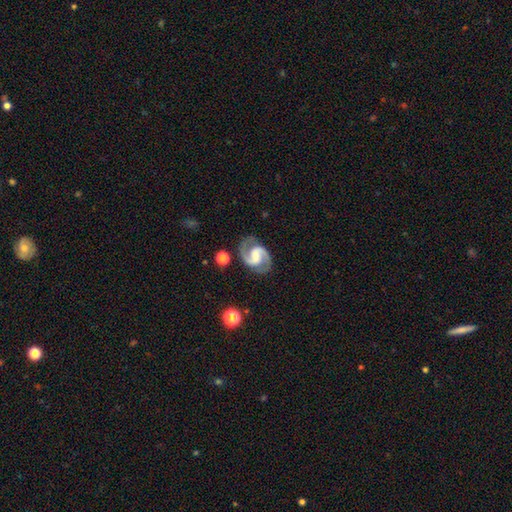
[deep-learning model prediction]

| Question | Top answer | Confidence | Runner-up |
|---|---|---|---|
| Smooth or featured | featured or disk | 91% | smooth (4%) |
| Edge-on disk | no | 98% | yes (2%) |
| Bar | weak | 46% | no (27%) |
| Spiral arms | yes | 98% | no (2%) |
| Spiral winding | medium | 63% | tight (20%) |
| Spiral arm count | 2 | 94% | can't tell (2%) |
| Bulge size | small | 36% | moderate (34%) |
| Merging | none | 83% | minor disturbance (11%) |